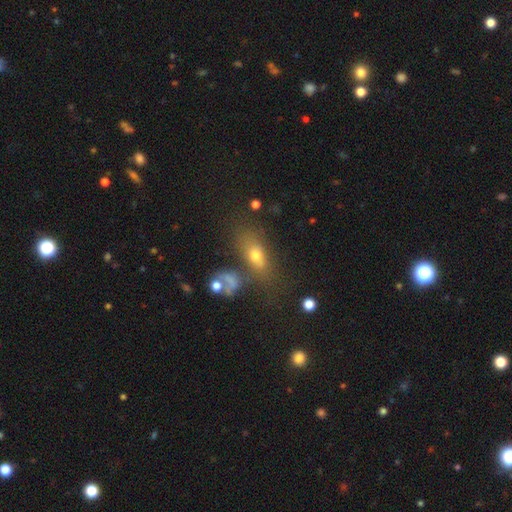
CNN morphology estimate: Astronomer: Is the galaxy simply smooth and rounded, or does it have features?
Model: smooth — 60%.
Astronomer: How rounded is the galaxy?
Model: in between — 69%.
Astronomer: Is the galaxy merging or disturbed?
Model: none — 47%.